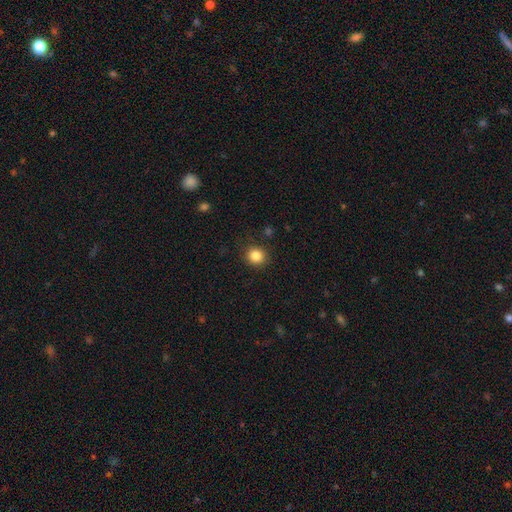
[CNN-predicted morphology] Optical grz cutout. It shows a smooth galaxy with no disk features (85%) that is round (87%). Merging: none (89%).